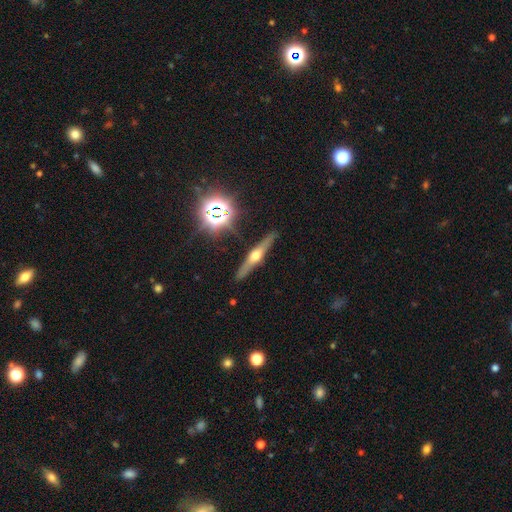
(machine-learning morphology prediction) This is likely a featured or disk galaxy (68%). It is clearly viewed edge-on (95%). Edge-on bulge: clearly rounded (94%). Merging: clearly none (89%).